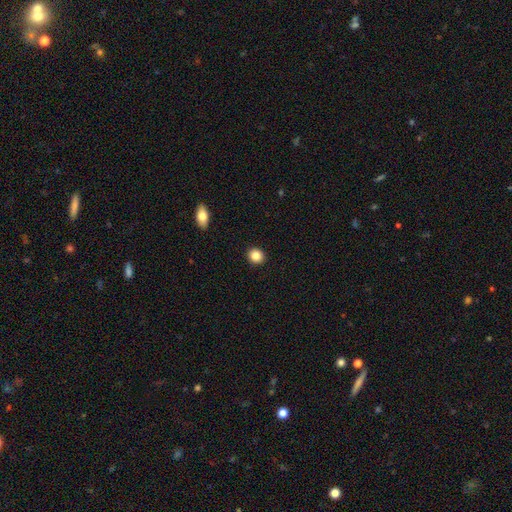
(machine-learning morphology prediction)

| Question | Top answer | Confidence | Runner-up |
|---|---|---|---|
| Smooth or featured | smooth | 85% | star or artifact (10%) |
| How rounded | round | 82% | in between (17%) |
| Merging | none | 93% | minor disturbance (5%) |